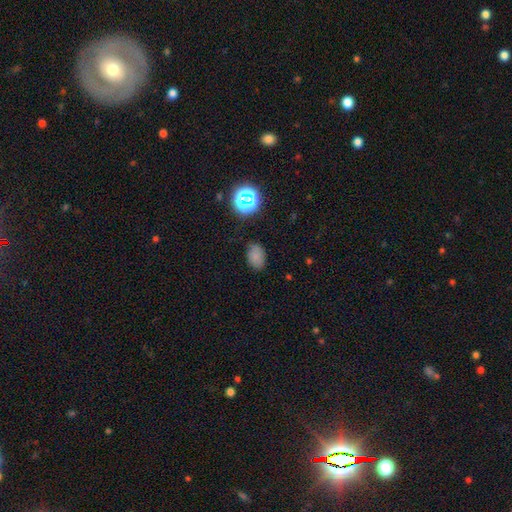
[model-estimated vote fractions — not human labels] Overall: smooth (74%). How rounded: in between (82%). Merging: none (74%).